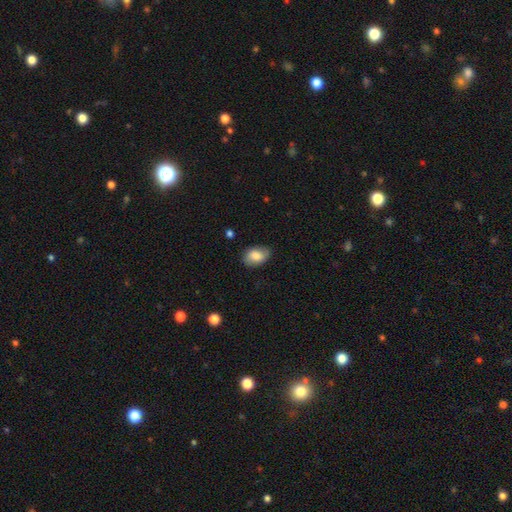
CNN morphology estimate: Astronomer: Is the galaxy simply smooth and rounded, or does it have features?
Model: smooth — 79%.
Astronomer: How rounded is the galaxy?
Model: in between — 87%.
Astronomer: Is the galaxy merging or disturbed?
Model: none — 79%.